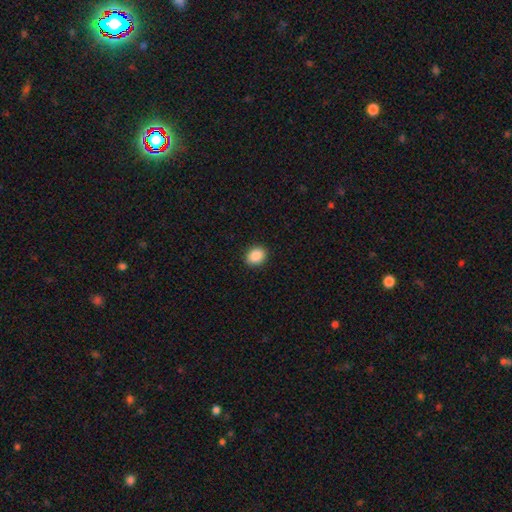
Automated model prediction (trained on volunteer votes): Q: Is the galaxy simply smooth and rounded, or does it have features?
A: smooth — 89%.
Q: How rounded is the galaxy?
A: in between — 50%.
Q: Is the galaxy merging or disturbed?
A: none — 91%.